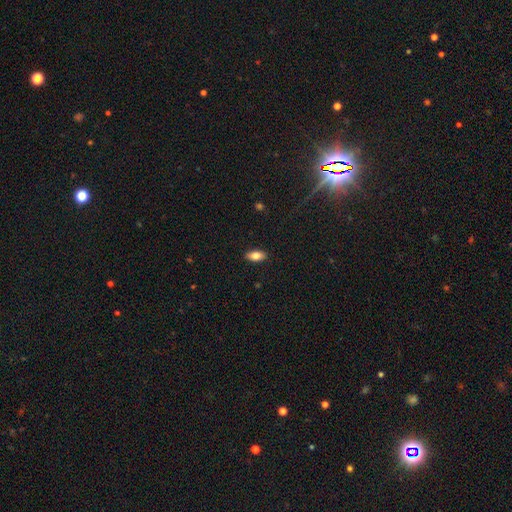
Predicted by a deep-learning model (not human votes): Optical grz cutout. It shows a smooth galaxy with no disk features (81%) that is in between round and cigar-shaped (90%). Merging: none (89%).